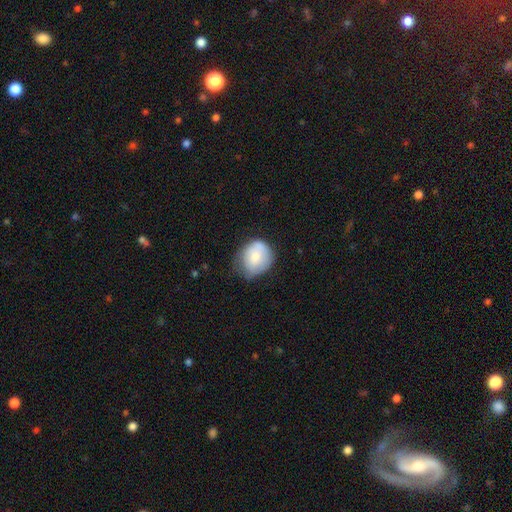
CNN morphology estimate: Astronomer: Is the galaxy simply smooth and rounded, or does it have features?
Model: smooth — 72%.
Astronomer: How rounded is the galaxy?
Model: round — 67%.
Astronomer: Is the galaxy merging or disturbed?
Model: none — 48% (runner-up: minor disturbance, 38%).